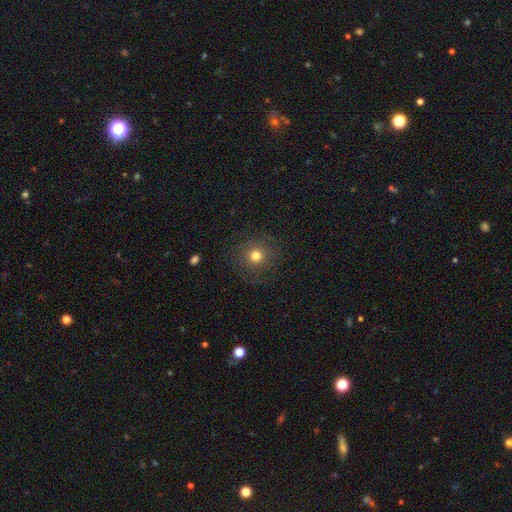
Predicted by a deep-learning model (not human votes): Smooth or featured? Predicted: smooth (p=0.75). How rounded? Predicted: round (p=0.92). Merging? Predicted: none (p=0.86).